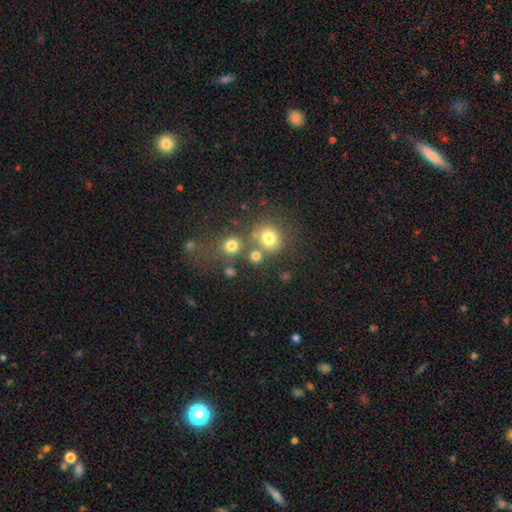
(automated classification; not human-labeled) Morphology: type=smooth (76%); roundness=round (85%); merging=none (66%).